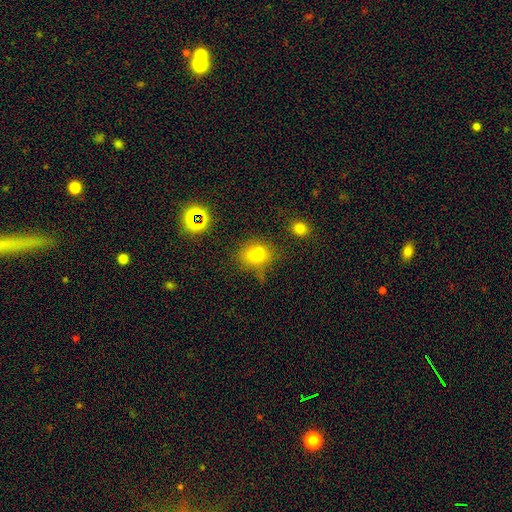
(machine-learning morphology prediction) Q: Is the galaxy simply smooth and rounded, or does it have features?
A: smooth — 65%.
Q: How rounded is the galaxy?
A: round — 67%.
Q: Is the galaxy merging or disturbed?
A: merger — 44%.